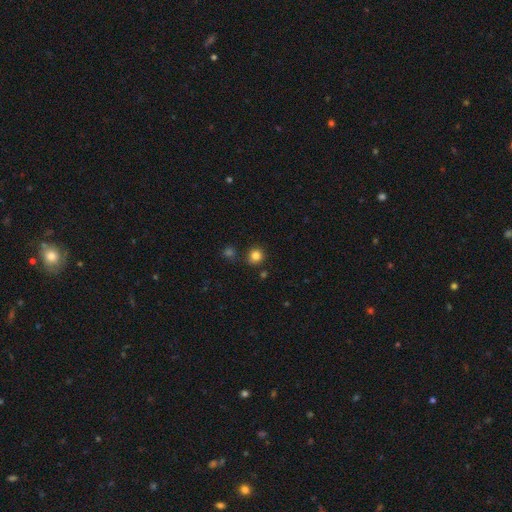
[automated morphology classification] This appears to be a smooth galaxy with no disk features (83%) that is round (90%). Merging: none (81%).